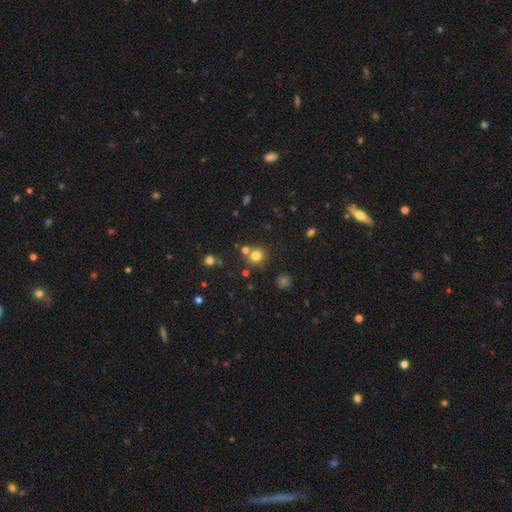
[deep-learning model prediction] Q: Smooth or featured?
A: smooth (77%); runner-up: star or artifact (16%)
Q: How rounded?
A: round (91%); runner-up: in between (8%)
Q: Merging?
A: none (72%); runner-up: merger (16%)